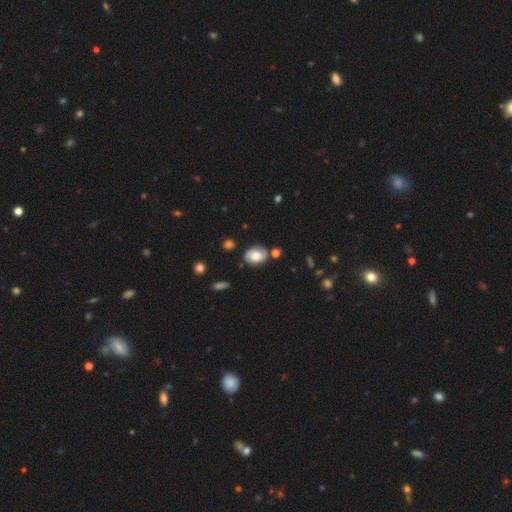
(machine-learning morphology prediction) Smooth or featured? Predicted: smooth (p=0.65). How rounded? Predicted: in between (p=0.71). Merging? Predicted: none (p=0.67).